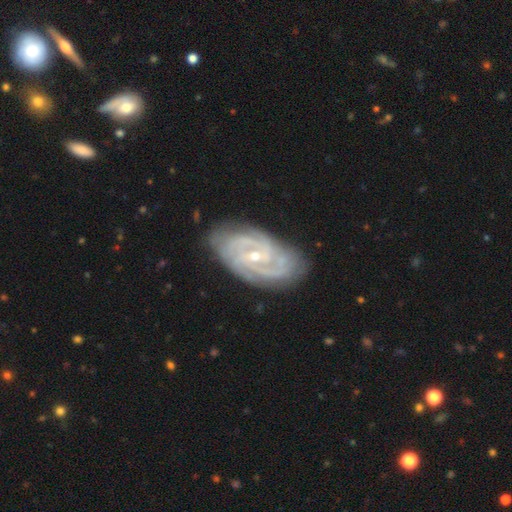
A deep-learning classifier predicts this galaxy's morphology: Smooth or featured? featured or disk (90%)
Edge-on disk? no (96%)
Bar? no (42%, tied with weak)
Spiral arms? yes (98%)
Spiral winding? tight (60%)
Spiral arm count? 2 (33%)
Bulge size? small (72%)
Merging? none (80%)